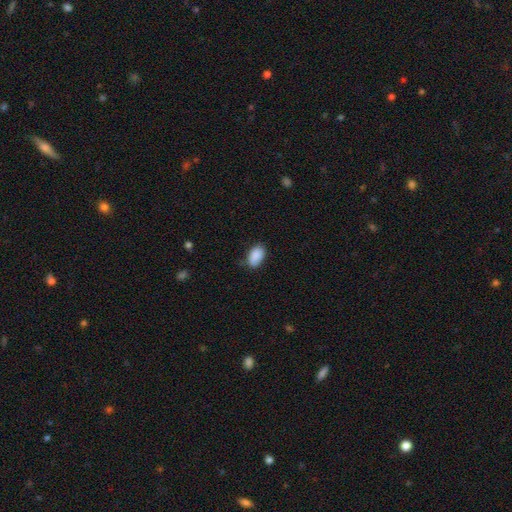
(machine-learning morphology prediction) A smooth galaxy with no disk features (89%) that is in between round and cigar-shaped (92%).

Vote fractions:
- Smooth or featured? smooth: 89% / star or artifact: 7% / featured or disk: 4%
- How rounded? in between: 92% / round: 7% / cigar-shaped: 2%
- Merging? none: 74% / minor disturbance: 21% / major disturbance: 4% / merger: 1%